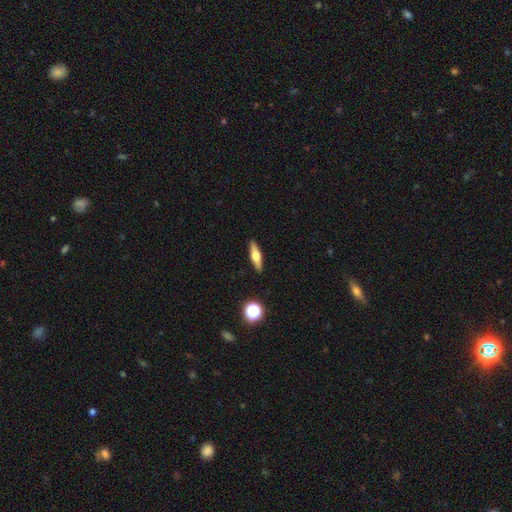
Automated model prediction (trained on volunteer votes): smooth_or_featured: featured or disk (p=0.51) [alt: smooth p=0.42]
disk_edge_on: yes (p=0.94) [alt: no p=0.06]
merging: none (p=0.90) [alt: minor disturbance p=0.07]